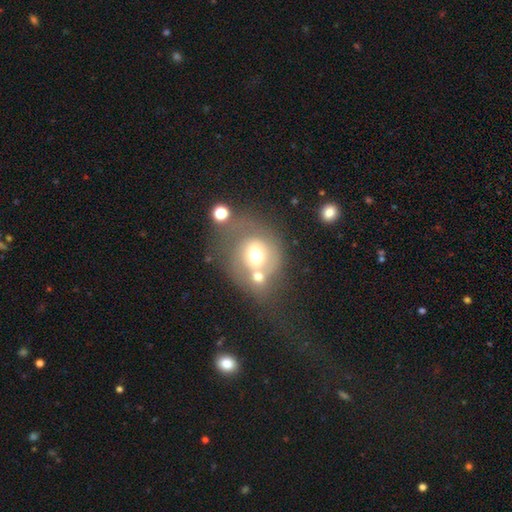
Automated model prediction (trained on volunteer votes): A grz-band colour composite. It shows a smooth galaxy with no disk features (53%) that is round (68%). Merging: merger (43%).